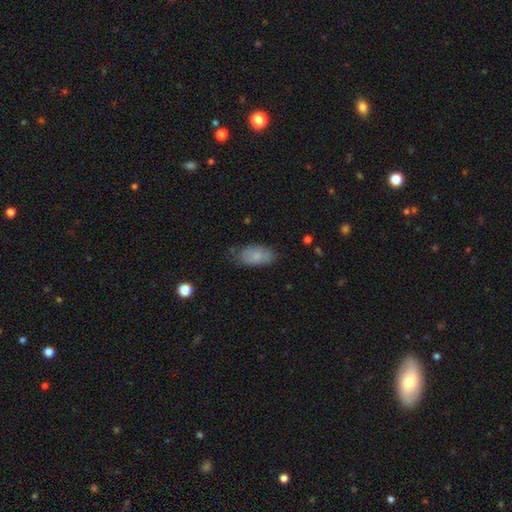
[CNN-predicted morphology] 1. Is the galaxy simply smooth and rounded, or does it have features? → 76% smooth, 16% featured or disk, 7% star or artifact.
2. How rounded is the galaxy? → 93% in between, 4% round, 4% cigar-shaped.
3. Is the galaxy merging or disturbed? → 70% none, 23% minor disturbance, 5% major disturbance, 2% merger.